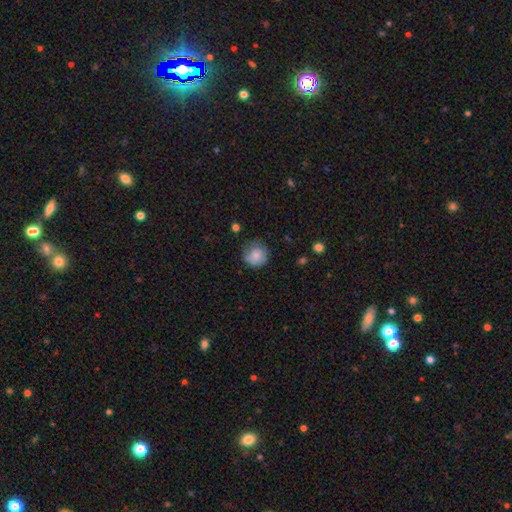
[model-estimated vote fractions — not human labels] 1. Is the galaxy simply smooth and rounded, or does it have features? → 79% smooth, 13% featured or disk, 8% star or artifact.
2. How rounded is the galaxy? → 90% round, 9% in between, 1% cigar-shaped.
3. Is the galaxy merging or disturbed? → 69% none, 23% minor disturbance, 7% major disturbance, 2% merger.